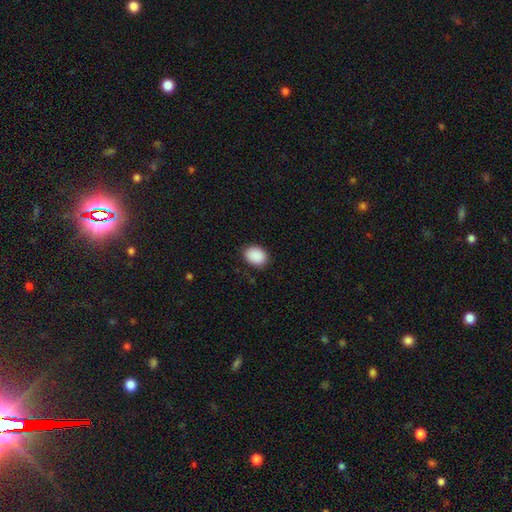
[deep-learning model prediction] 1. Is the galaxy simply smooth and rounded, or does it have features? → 90% smooth, 7% star or artifact, 2% featured or disk.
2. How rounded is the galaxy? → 61% in between, 38% round, 1% cigar-shaped.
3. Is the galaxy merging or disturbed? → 87% none, 10% minor disturbance, 2% major disturbance, 1% merger.